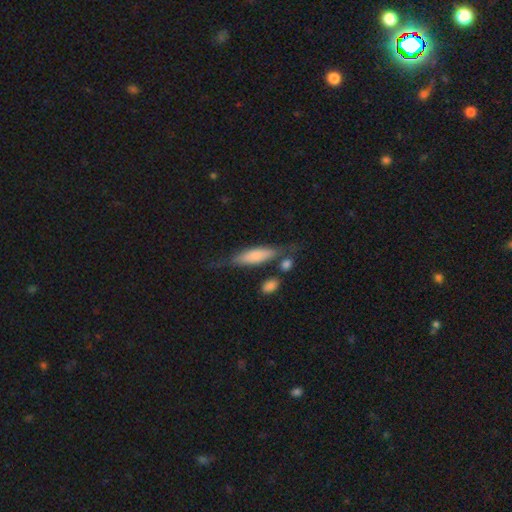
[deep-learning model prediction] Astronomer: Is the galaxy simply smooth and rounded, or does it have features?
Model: smooth — 65%.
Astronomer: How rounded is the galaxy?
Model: cigar-shaped — 60% (runner-up: in between, 37%).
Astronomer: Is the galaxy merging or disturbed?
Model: none — 58%.